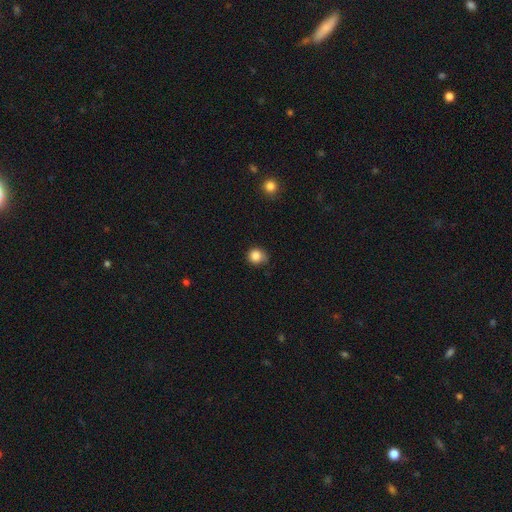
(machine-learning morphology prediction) smooth 84%, star or artifact 11%, featured or disk 5%. Down the decision tree: how rounded — round (87%); merging — none (70%).